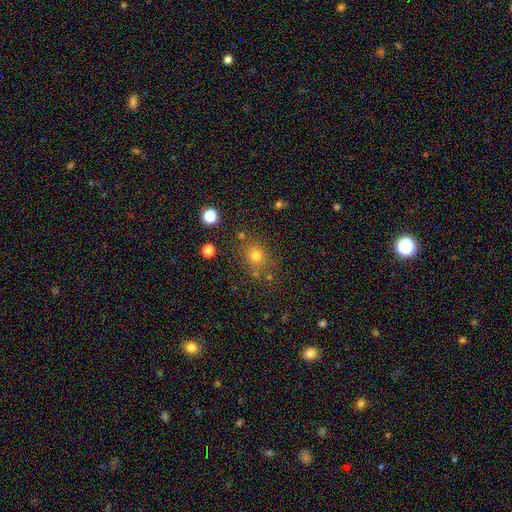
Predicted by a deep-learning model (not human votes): Smooth or featured? smooth (73%)
How rounded? round (71%)
Merging? none (76%)